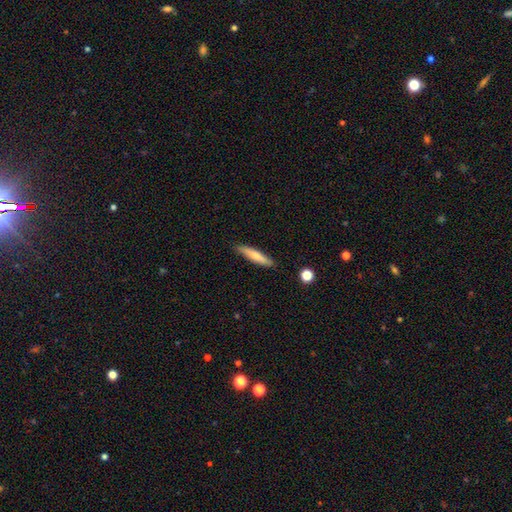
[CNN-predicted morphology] Smooth or featured? smooth (65%)
How rounded? cigar-shaped (87%)
Merging? none (86%)